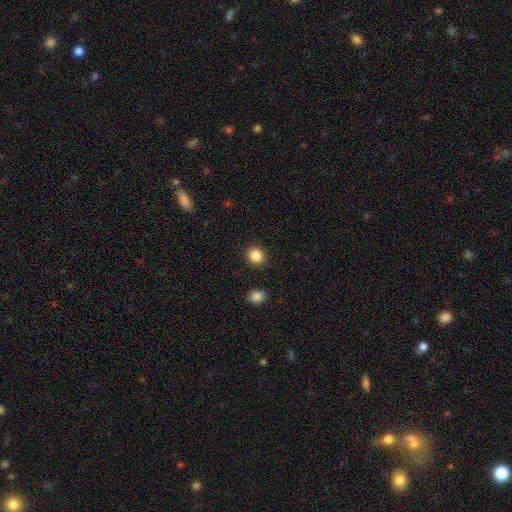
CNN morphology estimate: Smooth or featured? smooth (86%)
How rounded? round (81%)
Merging? none (91%)